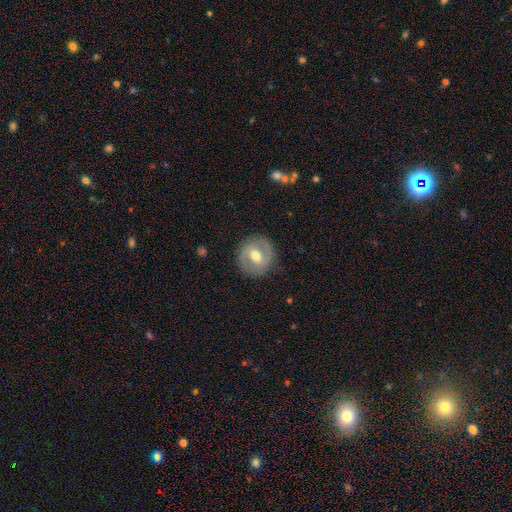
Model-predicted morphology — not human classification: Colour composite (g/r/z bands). It shows a featured or disk galaxy (63%) with a weak bar (48%), spiral arms (59%) and a moderate central bulge (75%). Merging: none (86%).